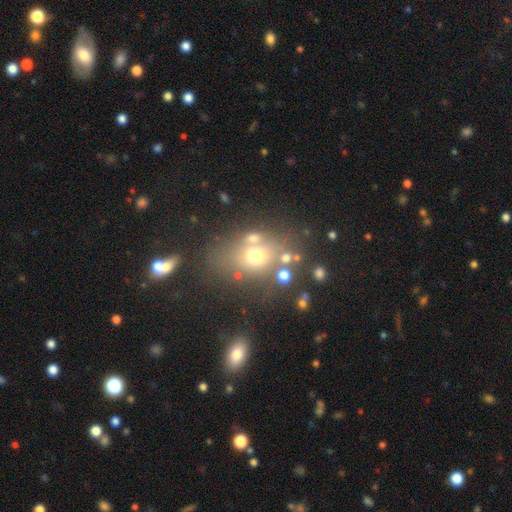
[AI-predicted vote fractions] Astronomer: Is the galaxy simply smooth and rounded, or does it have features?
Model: smooth — 56%.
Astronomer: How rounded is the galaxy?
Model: in between — 56% (runner-up: round, 42%).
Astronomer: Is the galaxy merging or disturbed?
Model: none — 53%.